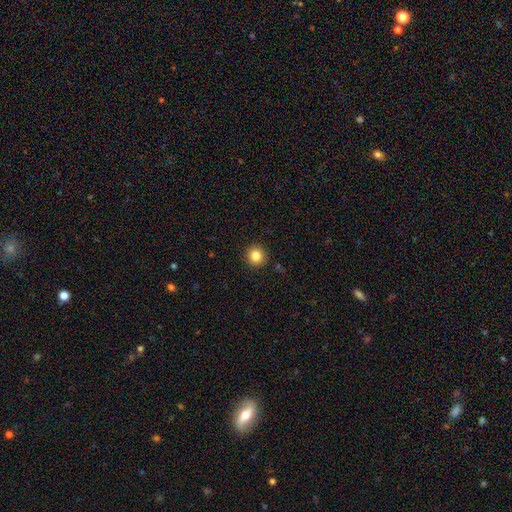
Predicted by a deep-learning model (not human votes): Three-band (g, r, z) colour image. It shows a smooth galaxy with no disk features (84%) that is round (94%). Merging: none (92%).